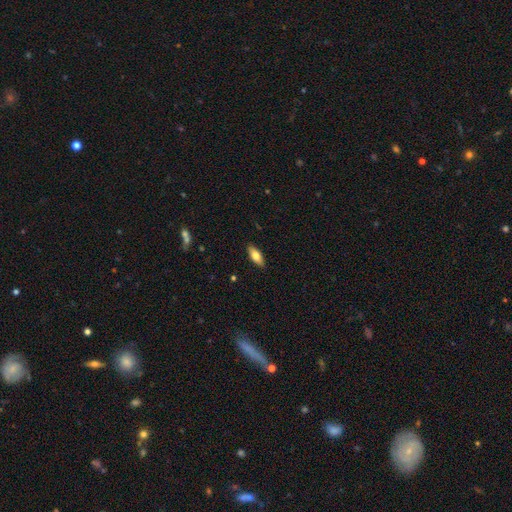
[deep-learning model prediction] A smooth galaxy with no disk features (70%) that is in between round and cigar-shaped (75%).

Vote fractions:
- Smooth or featured? smooth: 70% / featured or disk: 24% / star or artifact: 6%
- How rounded? in between: 75% / cigar-shaped: 22% / round: 2%
- Merging? none: 89% / minor disturbance: 9% / major disturbance: 2% / merger: 1%